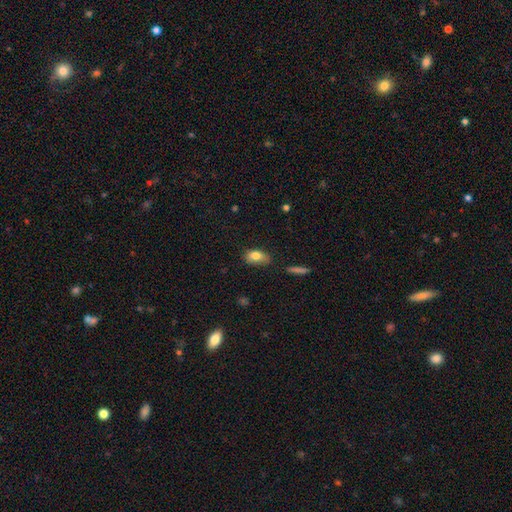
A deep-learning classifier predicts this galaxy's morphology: The model was most divided on "merging": none: 63%, minor disturbance: 28%, major disturbance: 6%, merger: 3%. More confident: how rounded — in between (87%); smooth or featured — smooth (79%).